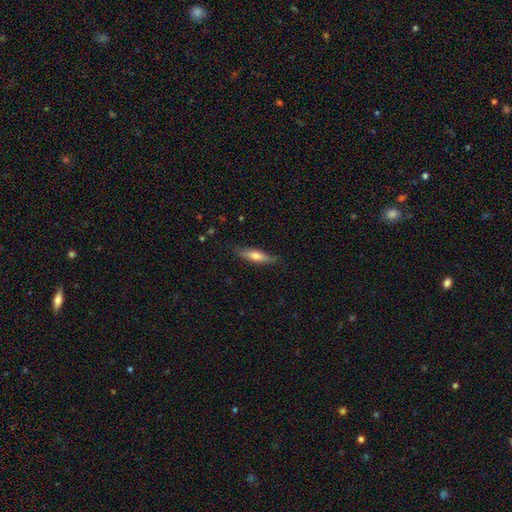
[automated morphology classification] A smooth galaxy with no disk features (58%) that is cigar-shaped (72%).

Vote fractions:
- Smooth or featured? smooth: 58% / featured or disk: 36% / star or artifact: 6%
- How rounded? cigar-shaped: 72% / in between: 26% / round: 2%
- Merging? none: 79% / minor disturbance: 16% / major disturbance: 3% / merger: 1%